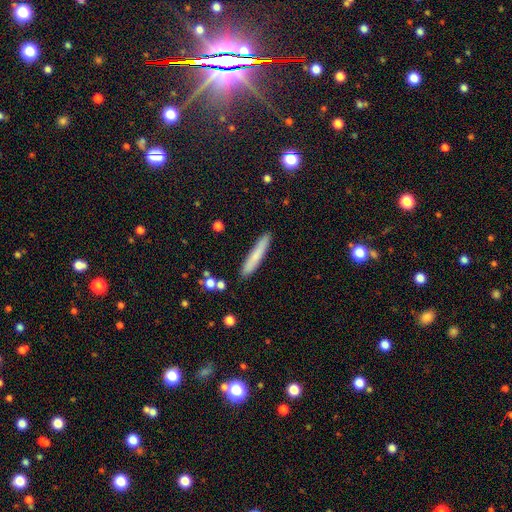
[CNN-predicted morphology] Smooth or featured? Predicted: smooth (p=0.73). How rounded? Predicted: cigar-shaped (p=0.93). Merging? Predicted: none (p=0.88).